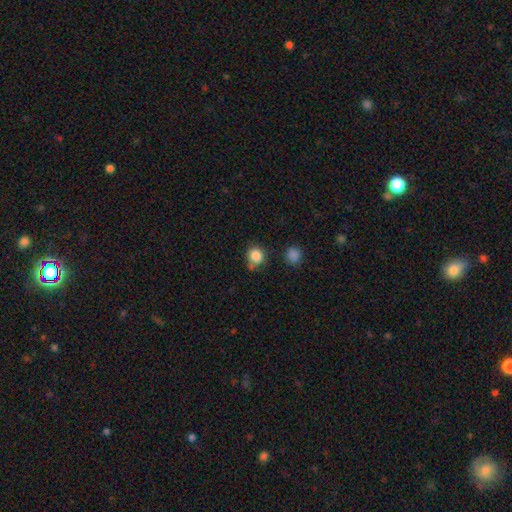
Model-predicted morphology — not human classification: This is clearly a smooth galaxy (85%). How rounded: clearly round (84%). Merging: likely none (65%).